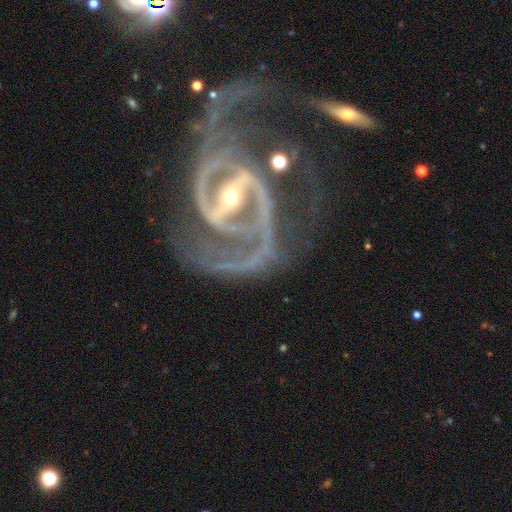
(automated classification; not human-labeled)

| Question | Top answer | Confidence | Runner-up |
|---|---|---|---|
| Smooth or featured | featured or disk | 93% | star or artifact (5%) |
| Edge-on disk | no | 97% | yes (3%) |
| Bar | strong | 72% | weak (20%) |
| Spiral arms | yes | 98% | no (2%) |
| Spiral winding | medium | 55% | tight (26%) |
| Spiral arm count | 2 | 83% | 3 (5%) |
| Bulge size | small | 71% | moderate (26%) |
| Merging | none | 38% | major disturbance (29%) |